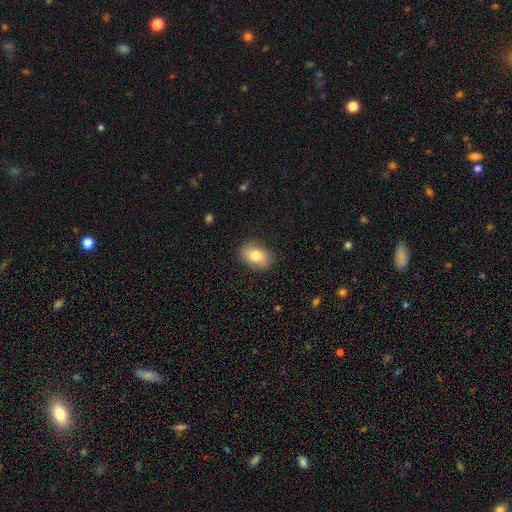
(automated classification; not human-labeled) Overall: smooth (81%). How rounded: in between (77%). Merging: none (85%).